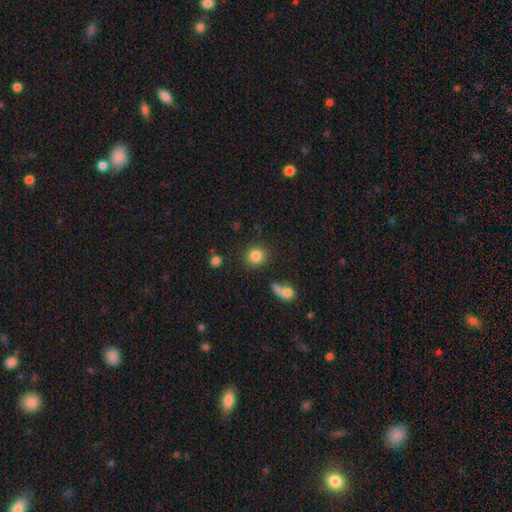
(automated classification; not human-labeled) This appears to be a smooth galaxy with no disk features (84%) that is round (89%). Merging: none (85%).